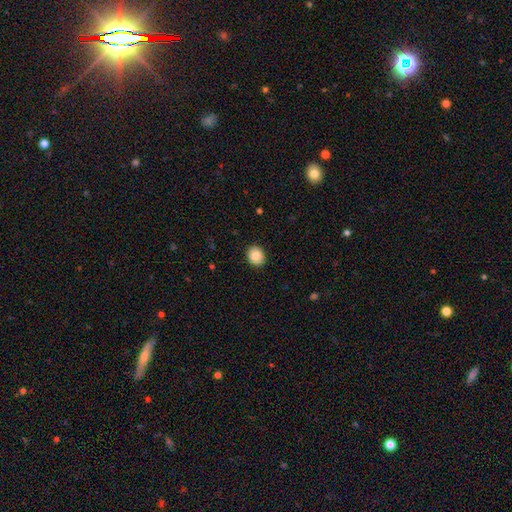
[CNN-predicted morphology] Overall: smooth (87%). How rounded: round (66%; in between 33%). Merging: none (90%).